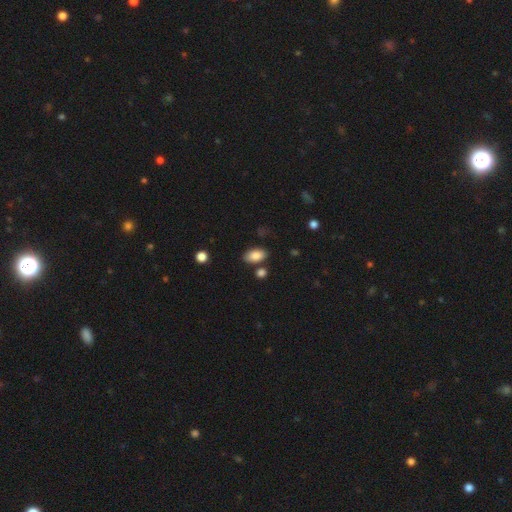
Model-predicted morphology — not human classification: type=smooth (87%); roundness=in between (92%); merging=none (78%).